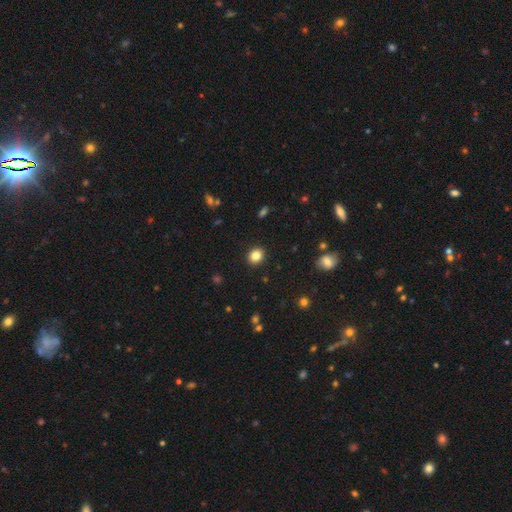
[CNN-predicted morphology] This appears to be a smooth galaxy with no disk features (84%) that is round (73%). Merging: none (91%).